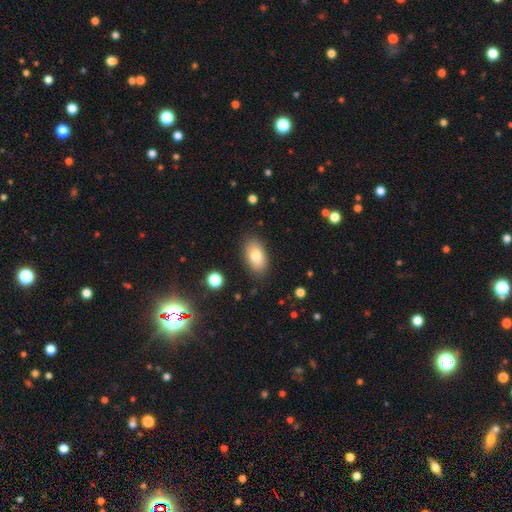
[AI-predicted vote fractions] smooth 79%, featured or disk 13%, star or artifact 8%. Down the decision tree: how rounded — in between (92%); merging — none (85%).